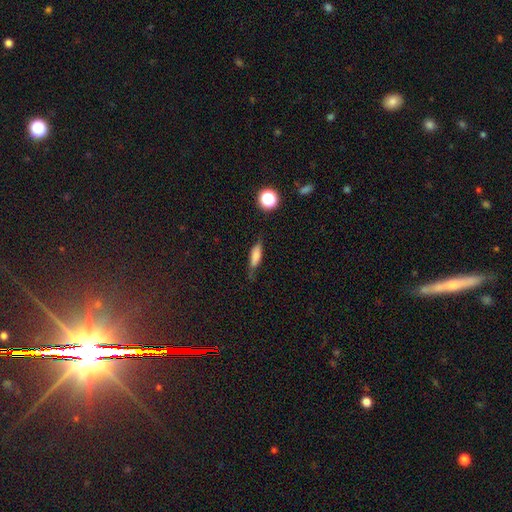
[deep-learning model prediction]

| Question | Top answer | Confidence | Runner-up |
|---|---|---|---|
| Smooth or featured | smooth | 66% | featured or disk (24%) |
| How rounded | cigar-shaped | 52% | in between (44%) |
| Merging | none | 65% | minor disturbance (25%) |